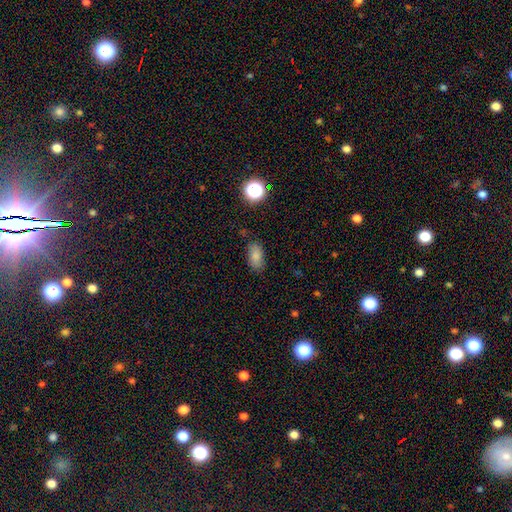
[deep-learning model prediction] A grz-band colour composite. It shows a smooth galaxy with no disk features (81%) that is in between round and cigar-shaped (90%). Merging: none (80%).